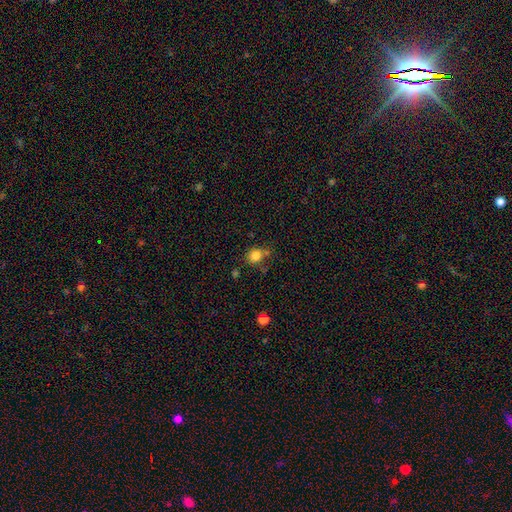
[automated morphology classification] A smooth galaxy with no disk features (82%) that is round (77%). Merging: none (68%).